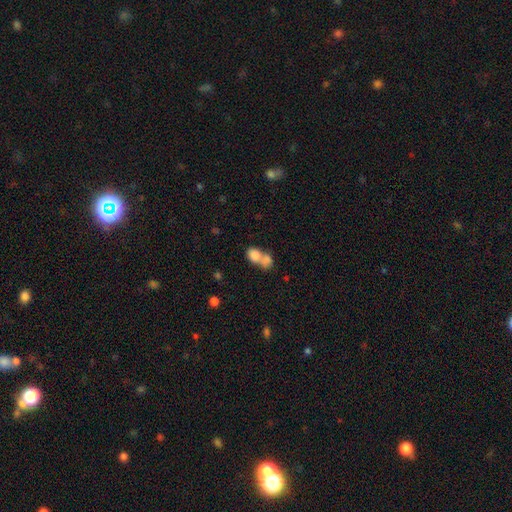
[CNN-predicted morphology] Q: Smooth or featured?
A: smooth (79%); runner-up: featured or disk (12%)
Q: How rounded?
A: in between (56%); runner-up: round (42%)
Q: Merging?
A: merger (69%); runner-up: none (20%)